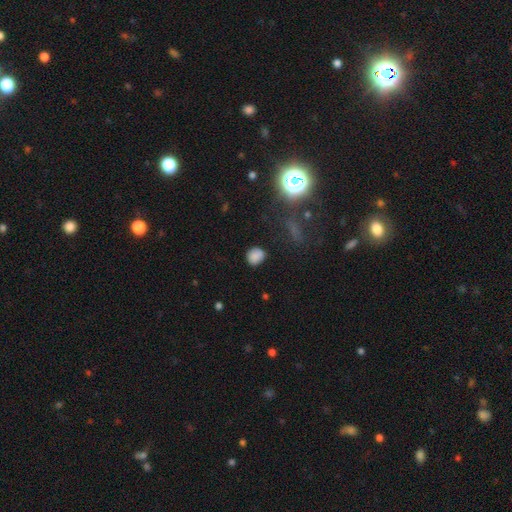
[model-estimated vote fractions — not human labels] Morphology: type=smooth (81%); roundness=round (71%); merging=none (78%).